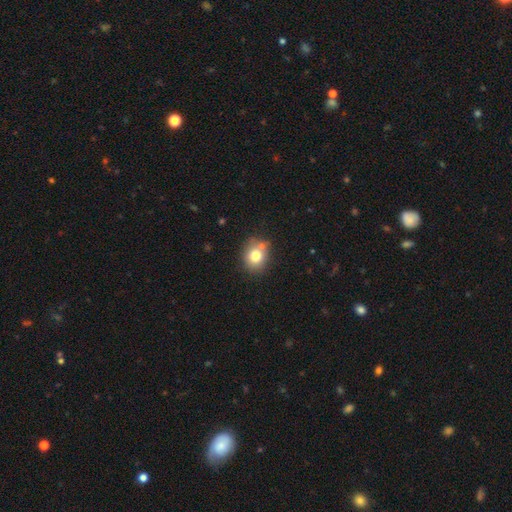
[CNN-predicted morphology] type=smooth (76%); roundness=round (69%); merging=none (70%).